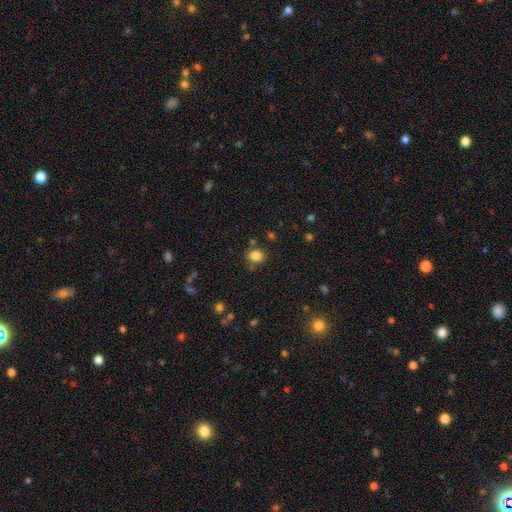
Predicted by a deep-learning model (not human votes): Smooth or featured?
  - smooth: 83% *
  - star or artifact: 11%
  - featured or disk: 5%
How rounded?
  - round: 58% *
  - in between: 41%
  - cigar-shaped: 1%
Merging?
  - none: 77% *
  - minor disturbance: 13%
  - merger: 6%
  - major disturbance: 4%